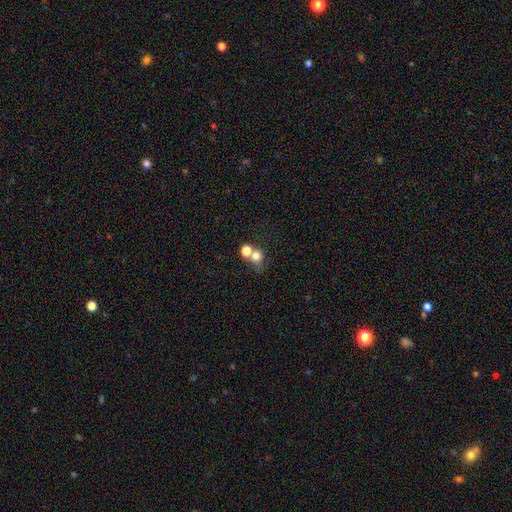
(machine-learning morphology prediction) Smooth or featured?
  - smooth: 73% *
  - star or artifact: 16%
  - featured or disk: 12%
How rounded?
  - round: 76% *
  - in between: 23%
  - cigar-shaped: 1%
Merging?
  - merger: 47% *
  - none: 40%
  - minor disturbance: 8%
  - major disturbance: 5%